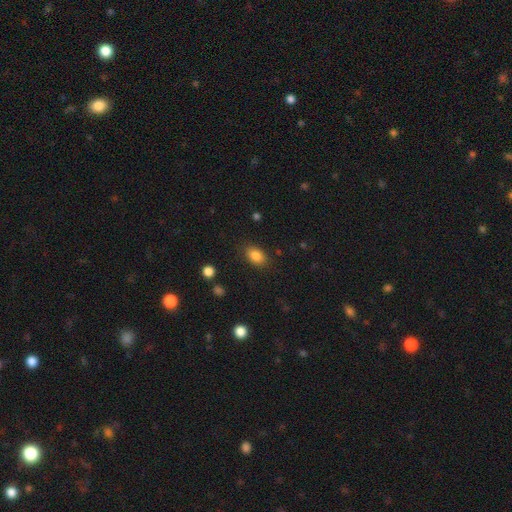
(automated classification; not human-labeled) Smooth or featured? smooth (85%)
How rounded? in between (82%)
Merging? none (84%)